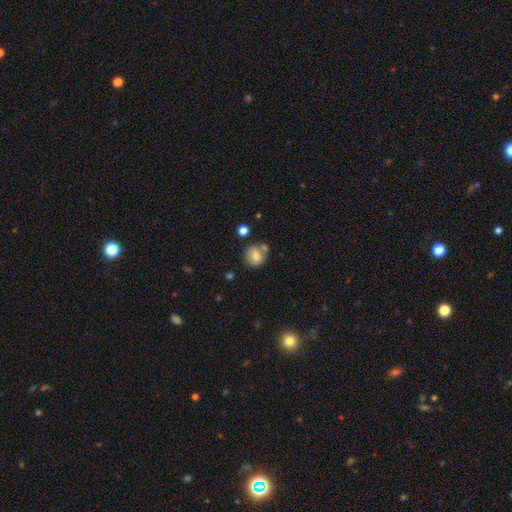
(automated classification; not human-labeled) Morphology: type=smooth (75%); roundness=round (78%); merging=none (61%).